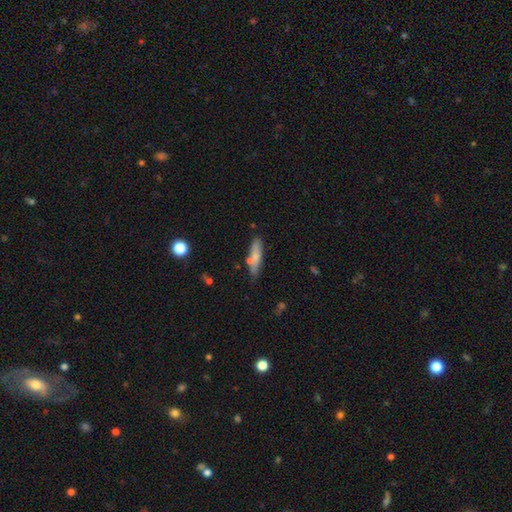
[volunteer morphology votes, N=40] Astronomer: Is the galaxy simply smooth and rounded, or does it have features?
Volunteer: smooth — 92%.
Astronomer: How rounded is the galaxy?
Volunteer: cigar-shaped — 89%.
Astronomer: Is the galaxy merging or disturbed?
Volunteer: none — 87%.